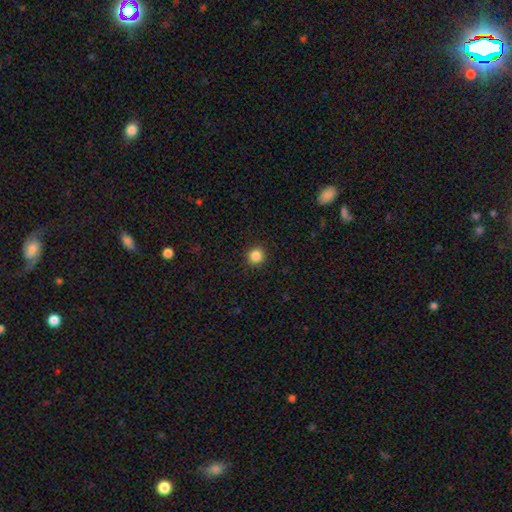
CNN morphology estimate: This is clearly a smooth galaxy (86%). How rounded: clearly round (94%). Merging: clearly none (92%).